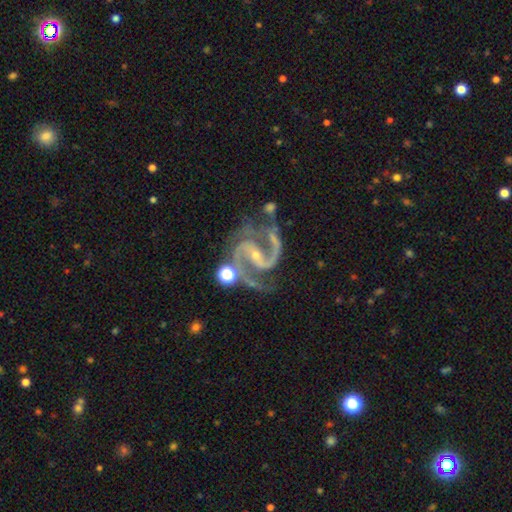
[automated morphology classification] A featured or disk galaxy (93%) with a weak bar (36%), 2 (87%) medium (67%) spiral arms (99%) and a small central bulge (76%).

Vote fractions:
- Smooth or featured? featured or disk: 93% / star or artifact: 5% / smooth: 2%
- Edge-on disk? no: 98% / yes: 2%
- Bar? weak: 36% / strong: 35% / no: 28%
- Spiral arms? yes: 99% / no: 1%
- Spiral winding? medium: 67% / tight: 19% / loose: 14%
- Spiral arm count? 2: 87% / 3: 7% / can't tell: 2% / 1: 2% / 4: 2% / more than 4: 2%
- Bulge size? small: 76% / moderate: 19% / none: 2% / large: 1% / dominant: 1%
- Merging? none: 56% / minor disturbance: 21% / major disturbance: 13% / merger: 9%